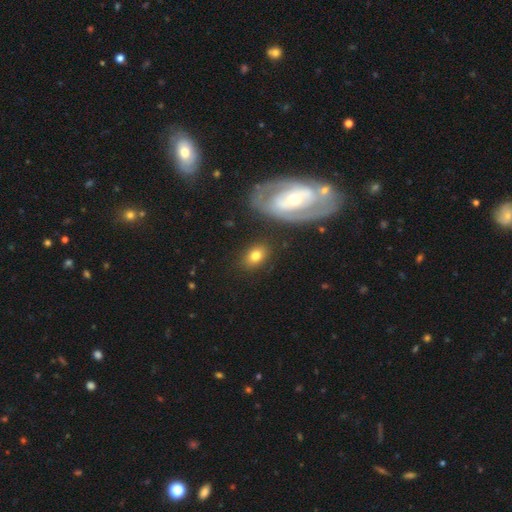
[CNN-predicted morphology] Smooth or featured? smooth (75%)
How rounded? in between (72%)
Merging? none (81%)